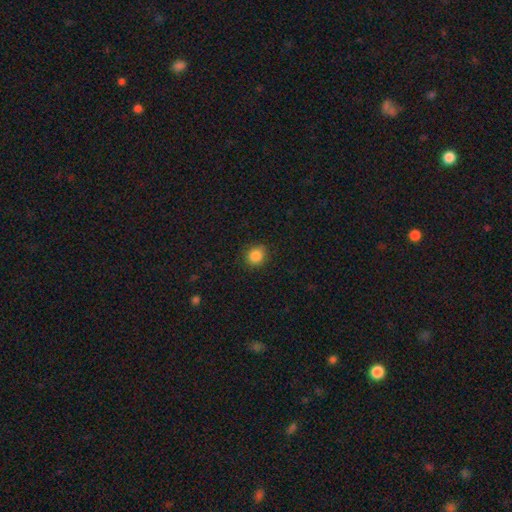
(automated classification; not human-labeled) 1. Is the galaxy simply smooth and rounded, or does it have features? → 86% smooth, 11% star or artifact, 4% featured or disk.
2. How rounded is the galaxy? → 79% round, 20% in between, 1% cigar-shaped.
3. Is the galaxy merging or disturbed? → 88% none, 8% minor disturbance, 2% major disturbance, 1% merger.